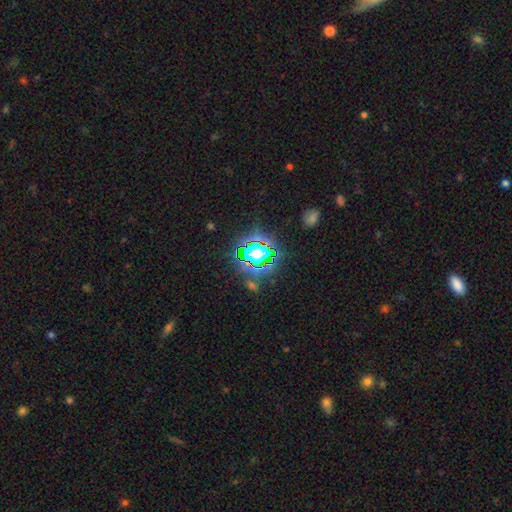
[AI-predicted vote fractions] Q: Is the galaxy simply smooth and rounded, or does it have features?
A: star or artifact — 69%.